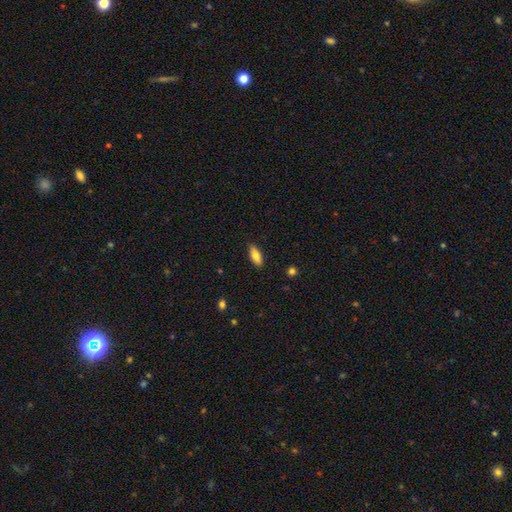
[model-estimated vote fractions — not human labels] smooth_or_featured: smooth (p=0.82) [alt: featured or disk p=0.11]
how_rounded: in between (p=0.82) [alt: cigar-shaped p=0.16]
merging: none (p=0.87) [alt: minor disturbance p=0.10]